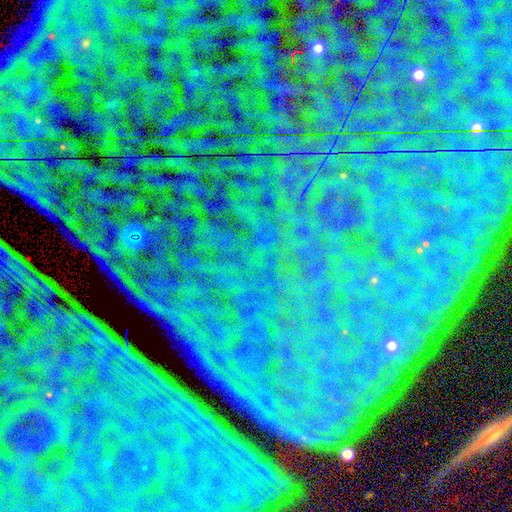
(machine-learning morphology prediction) Q: Smooth or featured?
A: star or artifact (87%); runner-up: featured or disk (7%)